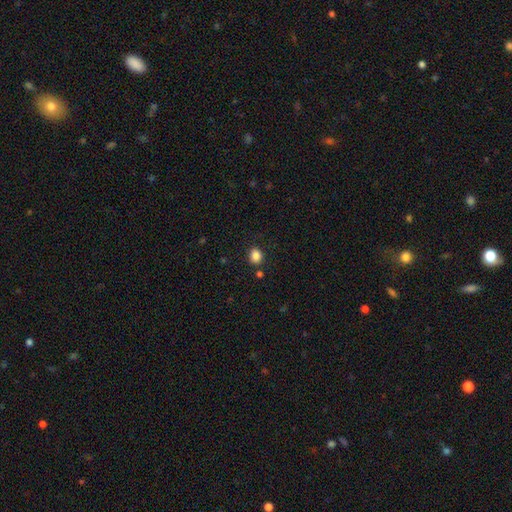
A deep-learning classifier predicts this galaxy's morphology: Overall: smooth (85%). How rounded: round (53%; in between 46%). Merging: none (81%).